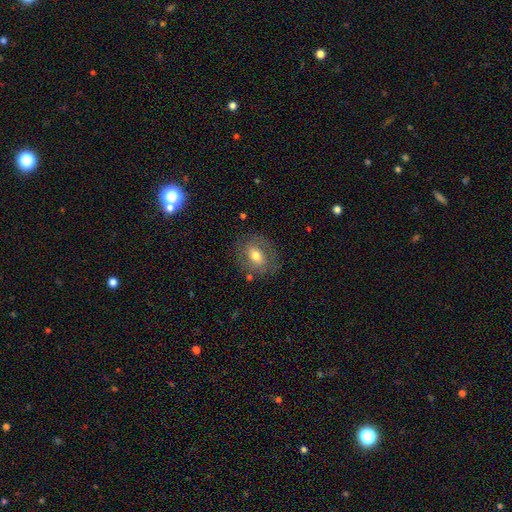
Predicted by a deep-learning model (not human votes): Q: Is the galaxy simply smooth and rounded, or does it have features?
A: smooth — 55%.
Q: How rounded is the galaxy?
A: in between — 52%.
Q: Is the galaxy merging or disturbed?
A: none — 76%.